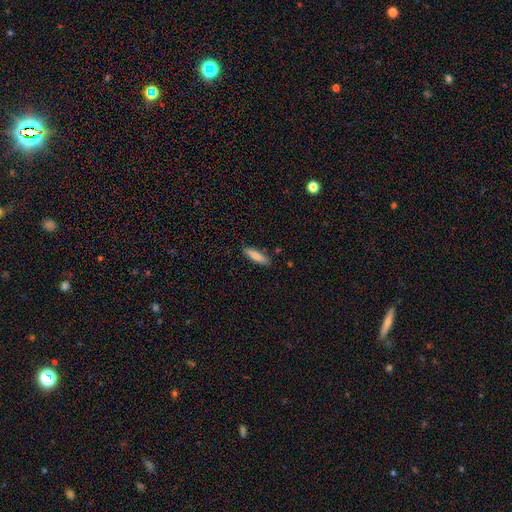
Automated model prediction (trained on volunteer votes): smooth 74%, featured or disk 20%, star or artifact 6%. Down the decision tree: how rounded — cigar-shaped (66%); merging — none (86%).